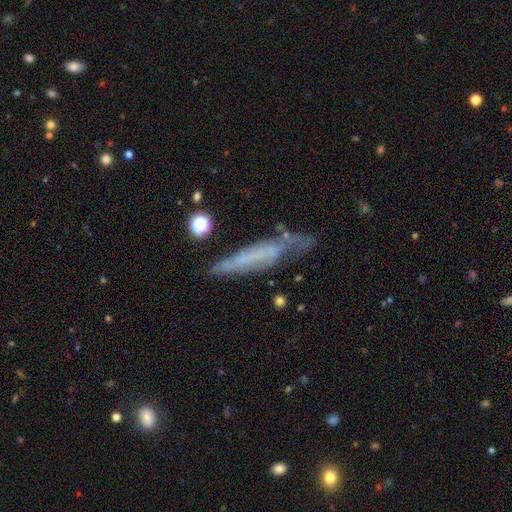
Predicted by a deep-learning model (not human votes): Smooth or featured? Predicted: featured or disk (p=0.51). Edge-on disk? Predicted: yes (p=0.57). Merging? Predicted: none (p=0.49).